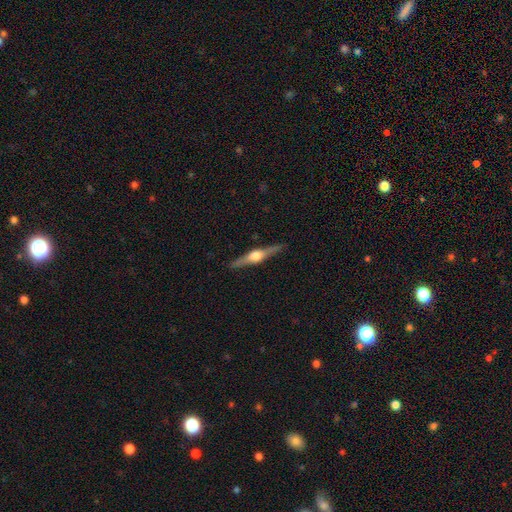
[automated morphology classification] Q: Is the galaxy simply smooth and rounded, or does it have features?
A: featured or disk — 75%.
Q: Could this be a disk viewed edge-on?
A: yes — 98%.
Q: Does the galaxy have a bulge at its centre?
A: rounded — 93%.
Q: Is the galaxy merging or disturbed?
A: none — 90%.